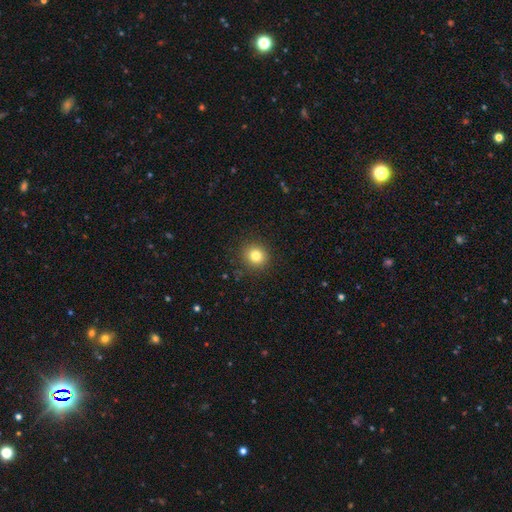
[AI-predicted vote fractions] A smooth galaxy with no disk features (81%) that is round (87%). Merging: none (90%).